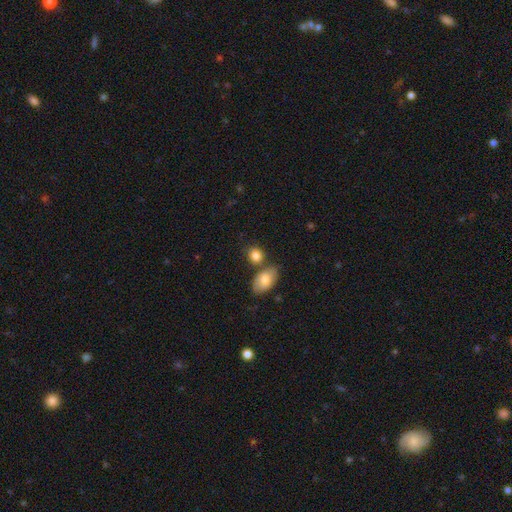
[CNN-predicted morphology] The model was most divided on "how rounded": round: 54%, in between: 44%, cigar-shaped: 2%. More confident: smooth or featured — smooth (83%); merging — none (60%).